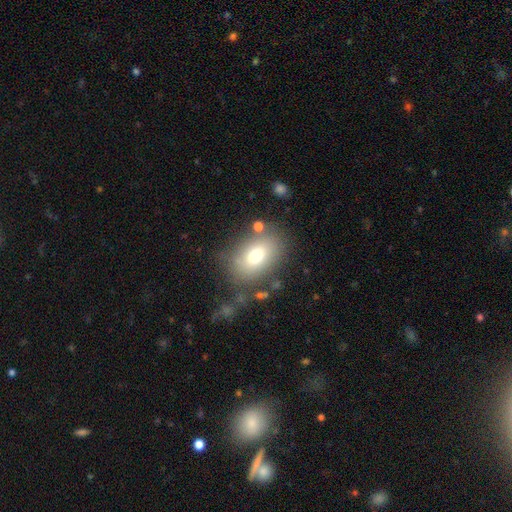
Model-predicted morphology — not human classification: Smooth or featured? Predicted: smooth (p=0.76). How rounded? Predicted: in between (p=0.84). Merging? Predicted: none (p=0.71).